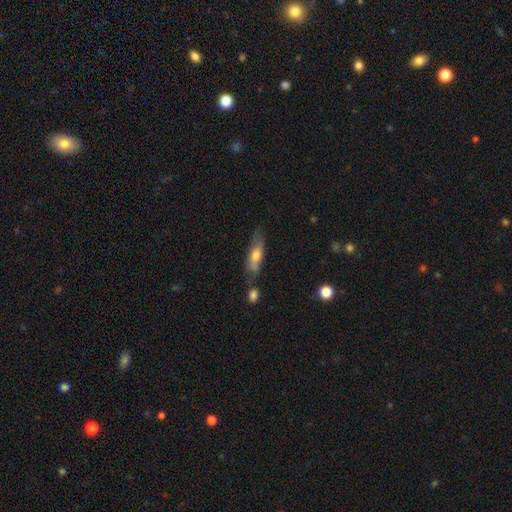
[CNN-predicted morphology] The model was most divided on "how rounded": cigar-shaped: 53%, in between: 44%, round: 3%. More confident: merging — none (59%); smooth or featured — smooth (55%).